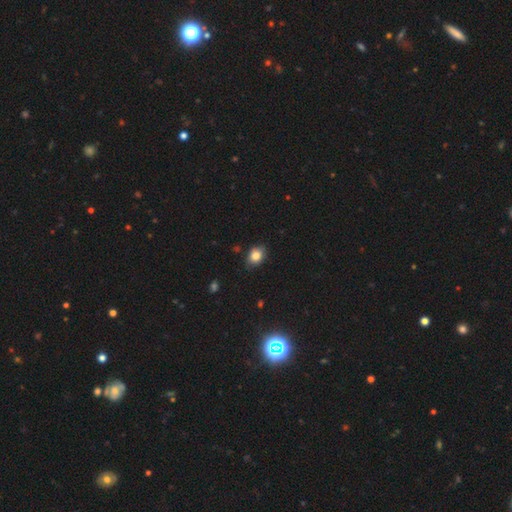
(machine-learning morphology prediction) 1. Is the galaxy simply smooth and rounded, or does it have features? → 82% smooth, 9% star or artifact, 9% featured or disk.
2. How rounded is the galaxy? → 68% in between, 30% round, 1% cigar-shaped.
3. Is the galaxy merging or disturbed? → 77% none, 18% minor disturbance, 3% major disturbance, 1% merger.